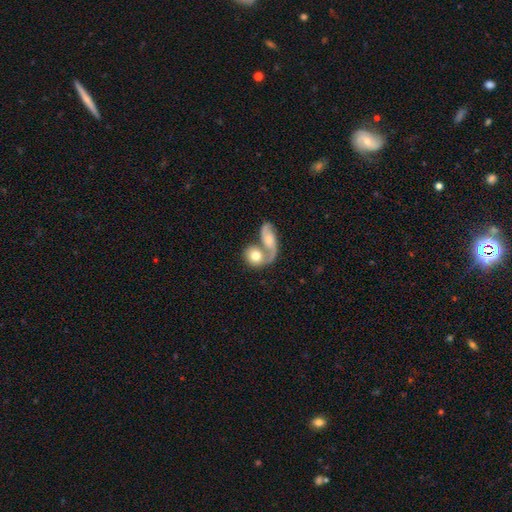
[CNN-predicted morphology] This is possibly a smooth galaxy (60%). How rounded: possibly round (51%). Merging: likely merger (63%).